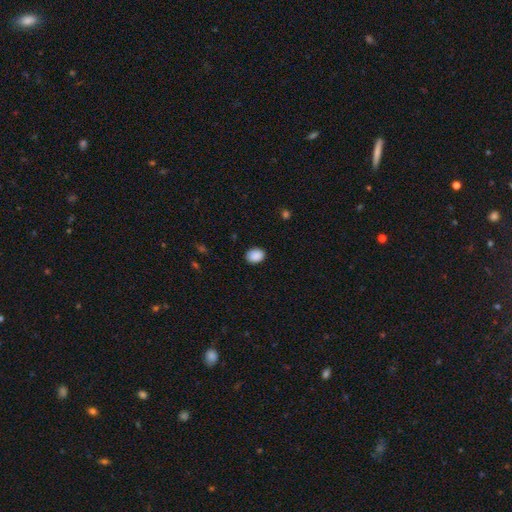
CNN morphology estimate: Q: Smooth or featured?
A: smooth (89%); runner-up: star or artifact (8%)
Q: How rounded?
A: in between (59%); runner-up: round (40%)
Q: Merging?
A: none (86%); runner-up: minor disturbance (10%)